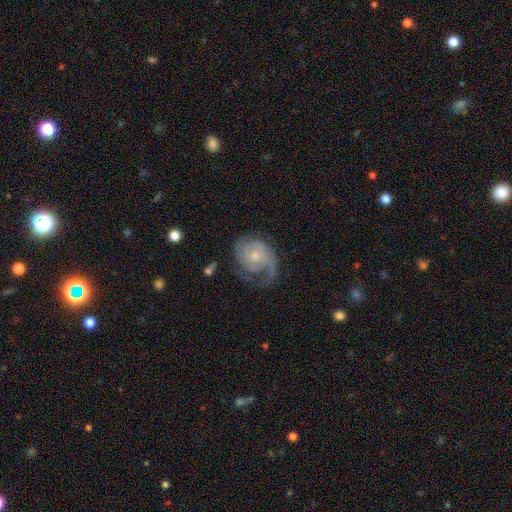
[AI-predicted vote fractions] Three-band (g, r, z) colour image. It shows a featured or disk galaxy (81%) with no bar (73%), 2 (38%) tight (51%) spiral arms (94%) and a small central bulge (63%). Merging: none (54%).